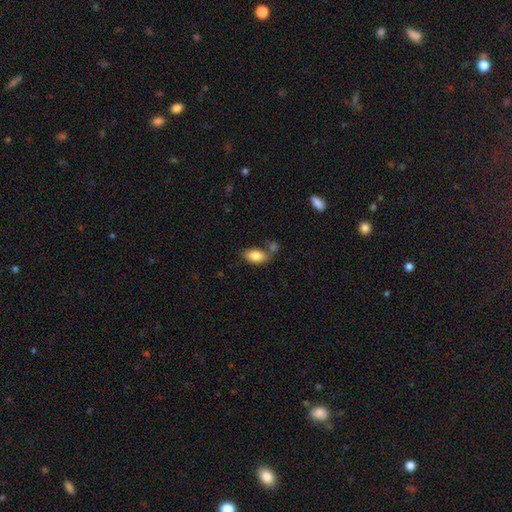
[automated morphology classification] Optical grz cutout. It shows a smooth galaxy with no disk features (83%) that is in between round and cigar-shaped (93%). Merging: none (55%).